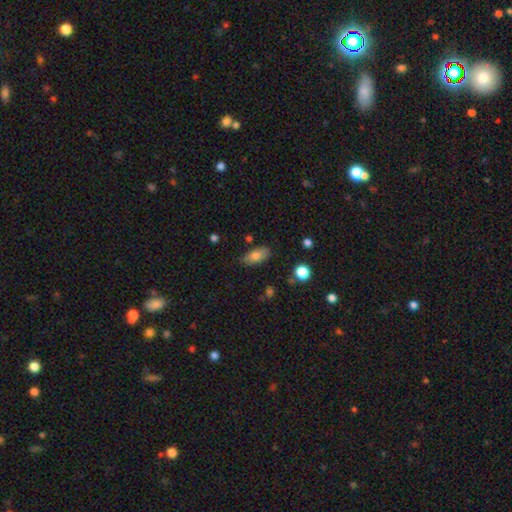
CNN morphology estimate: Smooth or featured: smooth — 80% (featured or disk — 13%)
How rounded: in between — 89% (cigar-shaped — 7%)
Merging: none — 79% (minor disturbance — 16%)